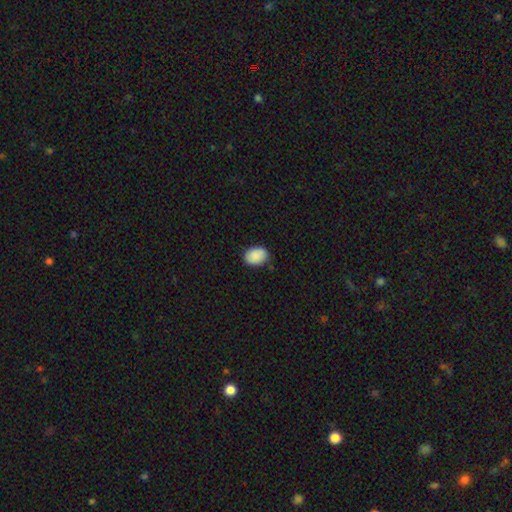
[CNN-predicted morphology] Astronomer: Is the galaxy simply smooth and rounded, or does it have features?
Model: smooth — 88%.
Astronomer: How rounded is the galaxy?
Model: in between — 71%.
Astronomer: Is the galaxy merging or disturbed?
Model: none — 82%.